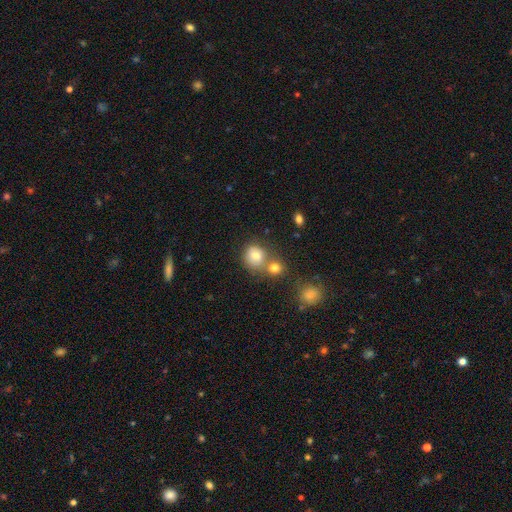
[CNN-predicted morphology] Smooth or featured?
  - smooth: 79% *
  - star or artifact: 12%
  - featured or disk: 9%
How rounded?
  - round: 75% *
  - in between: 24%
  - cigar-shaped: 1%
Merging?
  - none: 53% *
  - merger: 31%
  - minor disturbance: 11%
  - major disturbance: 4%